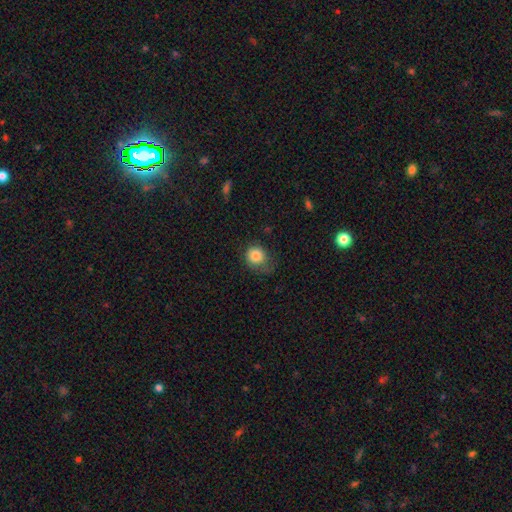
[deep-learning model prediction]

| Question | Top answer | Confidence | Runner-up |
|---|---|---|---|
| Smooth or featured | smooth | 83% | star or artifact (9%) |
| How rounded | round | 78% | in between (21%) |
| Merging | none | 55% | minor disturbance (29%) |